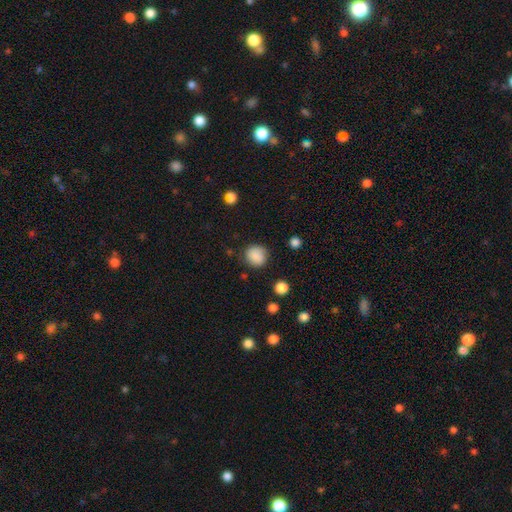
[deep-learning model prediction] A smooth galaxy with no disk features (86%) that is round (85%).

Vote fractions:
- Smooth or featured? smooth: 86% / star or artifact: 9% / featured or disk: 4%
- How rounded? round: 85% / in between: 14% / cigar-shaped: 1%
- Merging? none: 83% / minor disturbance: 12% / major disturbance: 4% / merger: 2%